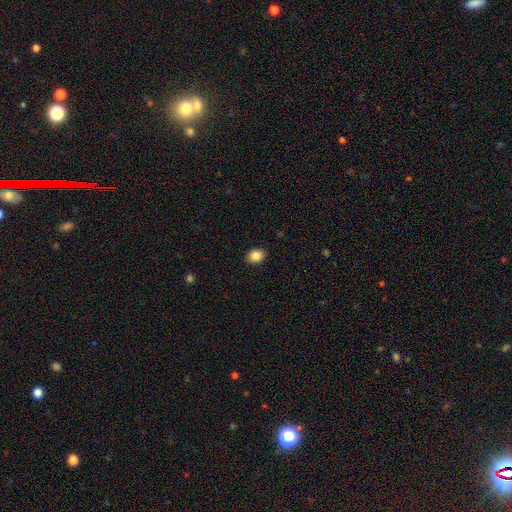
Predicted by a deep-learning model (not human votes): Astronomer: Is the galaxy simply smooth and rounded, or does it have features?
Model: smooth — 86%.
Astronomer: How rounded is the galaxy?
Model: in between — 65%.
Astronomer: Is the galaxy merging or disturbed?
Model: none — 90%.